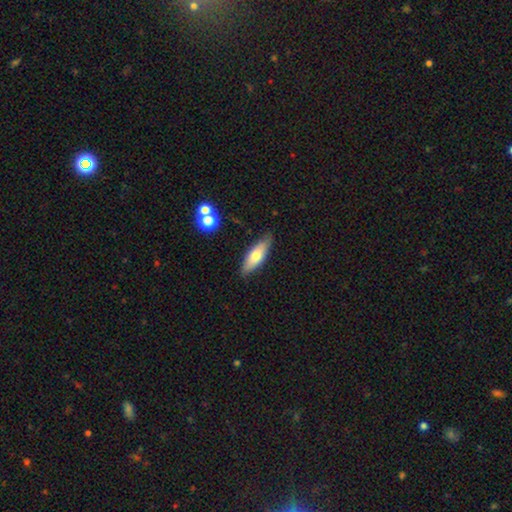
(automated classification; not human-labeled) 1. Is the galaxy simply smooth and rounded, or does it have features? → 65% smooth, 29% featured or disk, 6% star or artifact.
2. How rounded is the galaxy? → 55% in between, 43% cigar-shaped, 2% round.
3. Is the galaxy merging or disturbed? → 85% none, 11% minor disturbance, 2% major disturbance, 2% merger.